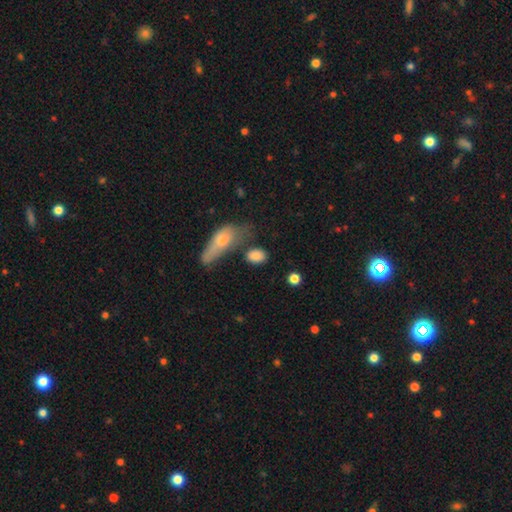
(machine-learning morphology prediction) Smooth or featured? Predicted: smooth (p=0.83). How rounded? Predicted: in between (p=0.77). Merging? Predicted: none (p=0.61).